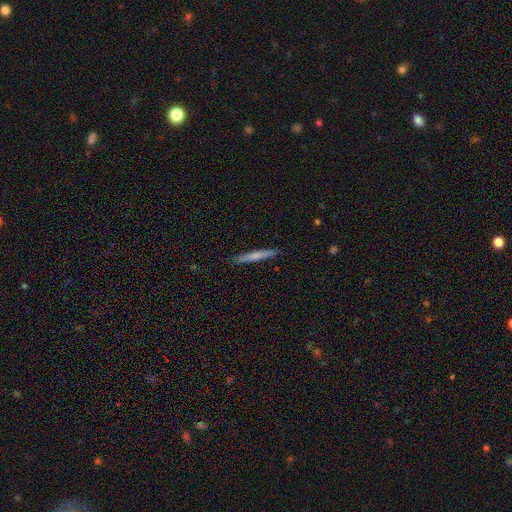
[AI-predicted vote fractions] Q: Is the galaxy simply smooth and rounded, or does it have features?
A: smooth — 62%.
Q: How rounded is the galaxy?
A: cigar-shaped — 95%.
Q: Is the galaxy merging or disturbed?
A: none — 89%.